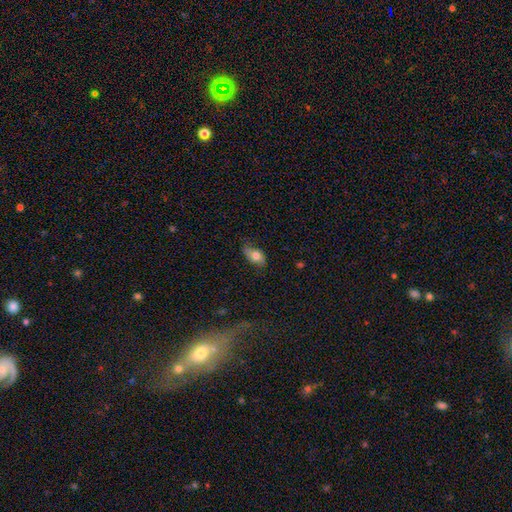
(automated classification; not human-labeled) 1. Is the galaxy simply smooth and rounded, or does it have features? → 69% smooth, 23% featured or disk, 7% star or artifact.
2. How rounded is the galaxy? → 89% in between, 6% round, 5% cigar-shaped.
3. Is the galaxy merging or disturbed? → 68% none, 24% minor disturbance, 6% major disturbance, 1% merger.